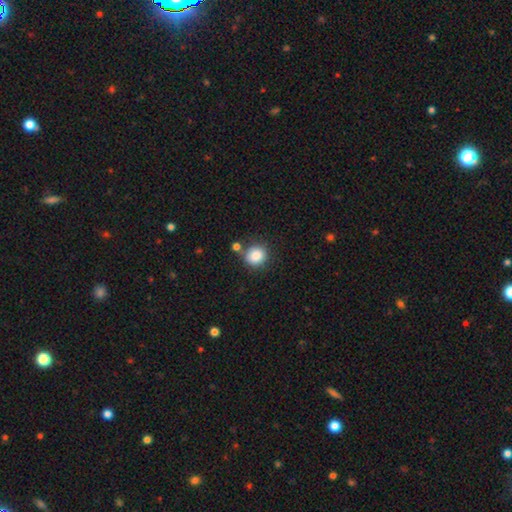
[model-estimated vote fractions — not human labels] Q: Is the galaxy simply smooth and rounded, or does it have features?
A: smooth — 86%.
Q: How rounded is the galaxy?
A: round — 84%.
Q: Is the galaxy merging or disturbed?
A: none — 71%.